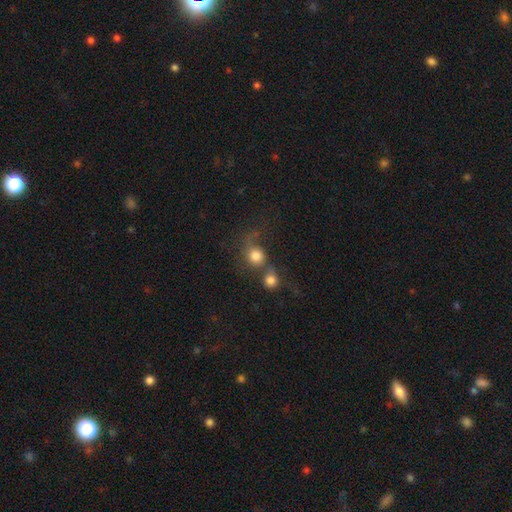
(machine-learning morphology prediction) Q: Smooth or featured?
A: smooth (75%); runner-up: featured or disk (14%)
Q: How rounded?
A: round (83%); runner-up: in between (15%)
Q: Merging?
A: merger (51%); runner-up: none (30%)